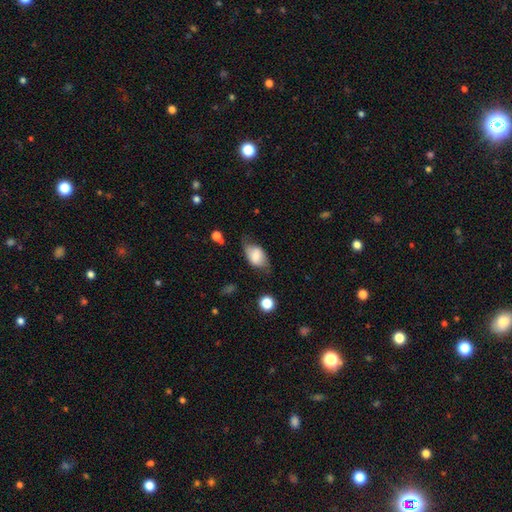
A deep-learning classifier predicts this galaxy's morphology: A smooth galaxy with no disk features (64%) that is in between round and cigar-shaped (87%).

Vote fractions:
- Smooth or featured? smooth: 64% / featured or disk: 28% / star or artifact: 8%
- How rounded? in between: 87% / round: 11% / cigar-shaped: 2%
- Merging? none: 57% / minor disturbance: 30% / major disturbance: 11% / merger: 3%